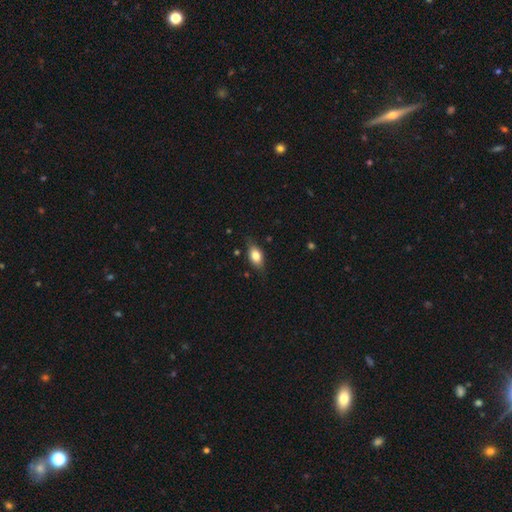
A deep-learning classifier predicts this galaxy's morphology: The model was most divided on "merging": none: 77%, minor disturbance: 18%, major disturbance: 4%, merger: 1%. More confident: how rounded — in between (84%); smooth or featured — smooth (76%).